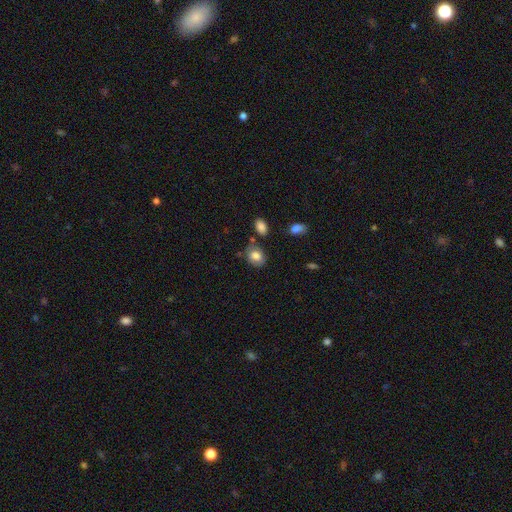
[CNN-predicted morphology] A smooth galaxy with no disk features (80%) that is in between round and cigar-shaped (60%). Merging: none (71%).